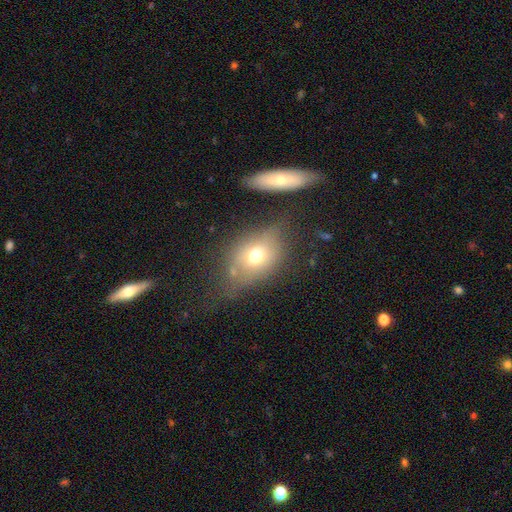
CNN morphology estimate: This is likely a smooth galaxy (65%). How rounded: likely in between (70%). Merging: possibly none (56%).